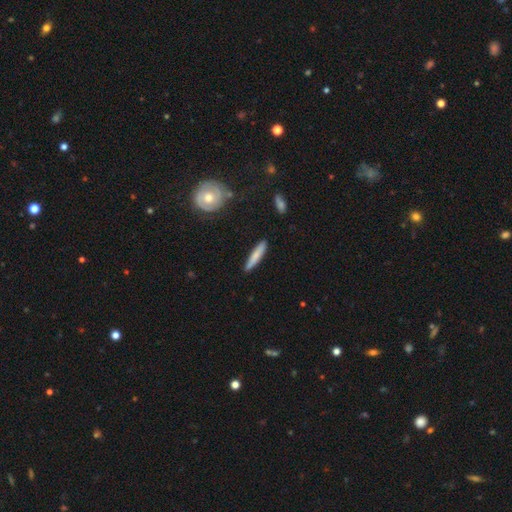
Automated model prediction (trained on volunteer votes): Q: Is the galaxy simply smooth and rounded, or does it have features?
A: smooth — 75%.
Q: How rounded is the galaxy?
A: cigar-shaped — 91%.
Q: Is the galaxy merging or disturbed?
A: none — 88%.